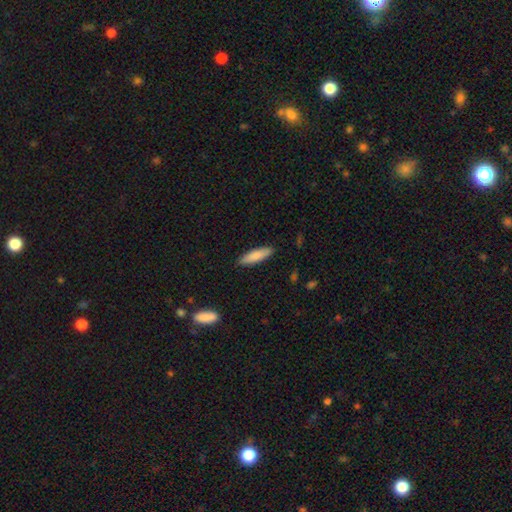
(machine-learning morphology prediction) Overall: smooth (84%). How rounded: cigar-shaped (66%; in between 33%). Merging: none (90%).